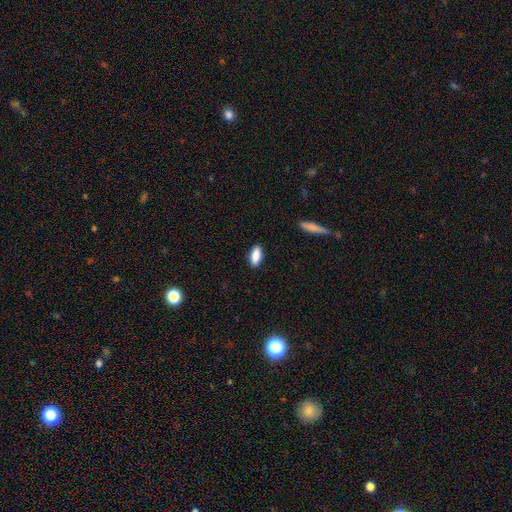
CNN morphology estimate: smooth-or-featured: smooth: 88% | star or artifact: 6% | featured or disk: 6%
  how-rounded: in between: 82% | cigar-shaped: 15% | round: 2%
  merging: none: 88% | minor disturbance: 9% | major disturbance: 2% | merger: 1%